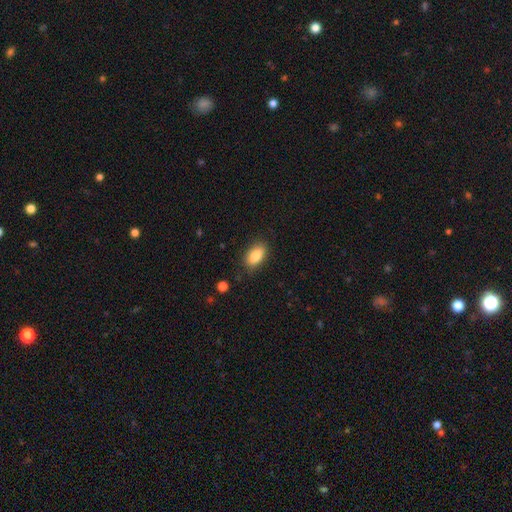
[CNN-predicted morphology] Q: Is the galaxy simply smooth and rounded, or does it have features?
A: smooth — 85%.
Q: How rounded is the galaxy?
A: in between — 89%.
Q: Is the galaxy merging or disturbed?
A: none — 84%.